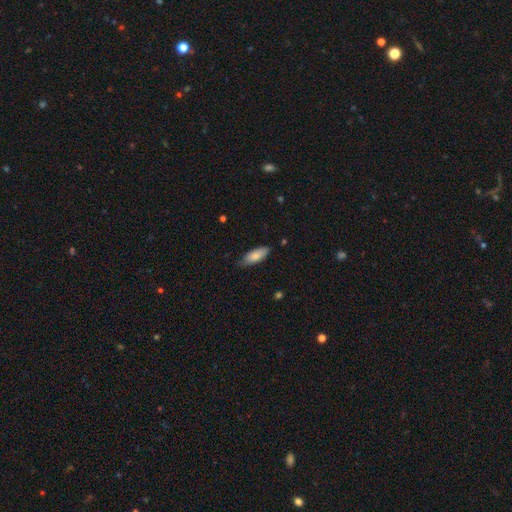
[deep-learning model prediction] Q: Smooth or featured?
A: smooth (82%); runner-up: featured or disk (12%)
Q: How rounded?
A: in between (72%); runner-up: cigar-shaped (27%)
Q: Merging?
A: none (74%); runner-up: minor disturbance (22%)